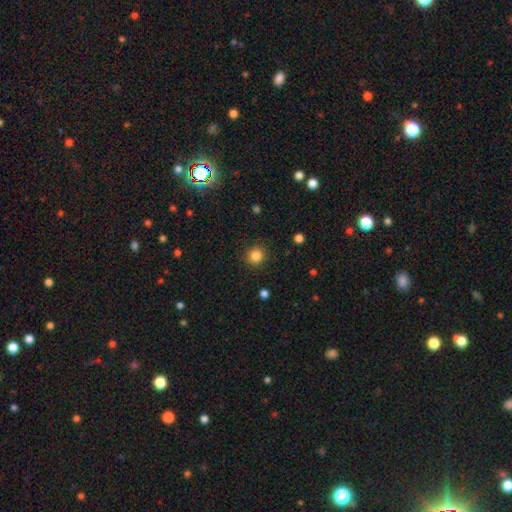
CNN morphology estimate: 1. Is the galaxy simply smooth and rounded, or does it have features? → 84% smooth, 12% star or artifact, 4% featured or disk.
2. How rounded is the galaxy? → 93% round, 7% in between, 1% cigar-shaped.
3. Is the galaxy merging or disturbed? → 90% none, 7% minor disturbance, 3% major disturbance, 1% merger.